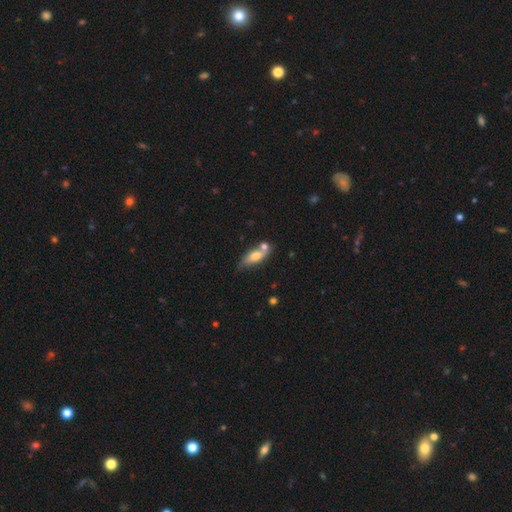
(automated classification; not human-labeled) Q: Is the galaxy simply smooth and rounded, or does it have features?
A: smooth — 66%.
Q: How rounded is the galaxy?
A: in between — 67%.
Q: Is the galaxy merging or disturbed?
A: none — 51%.